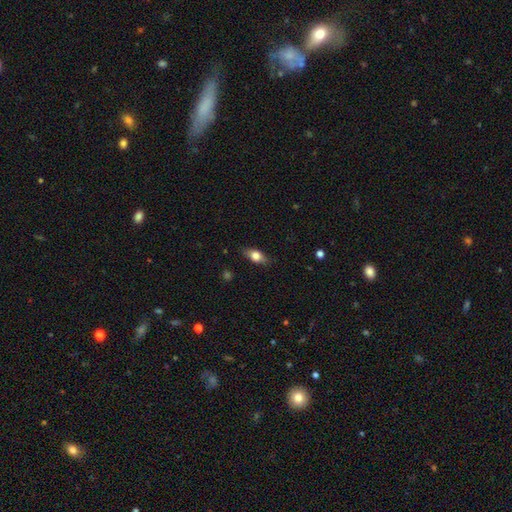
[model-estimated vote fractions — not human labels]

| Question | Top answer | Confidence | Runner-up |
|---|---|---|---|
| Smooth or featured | smooth | 71% | featured or disk (22%) |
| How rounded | in between | 79% | cigar-shaped (12%) |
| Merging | none | 82% | minor disturbance (14%) |